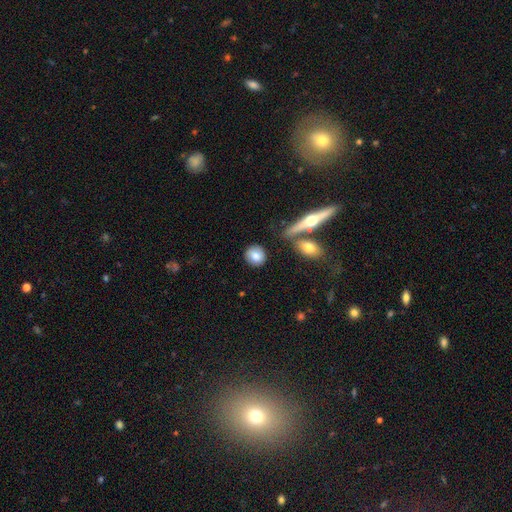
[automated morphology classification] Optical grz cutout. It shows a smooth galaxy with no disk features (80%) that is round (75%). Merging: none (81%).